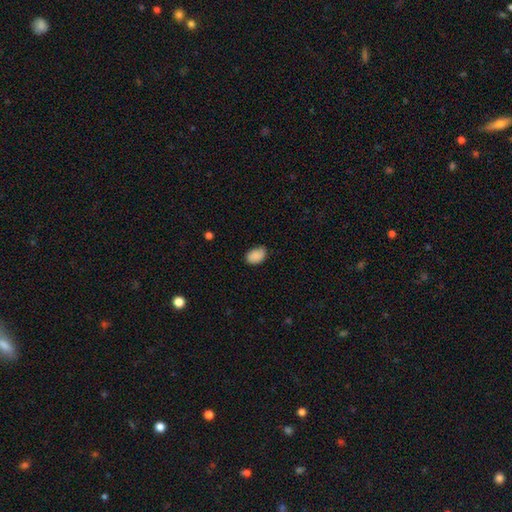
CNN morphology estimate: Smooth or featured? Predicted: smooth (p=0.89). How rounded? Predicted: in between (p=0.86). Merging? Predicted: none (p=0.73).